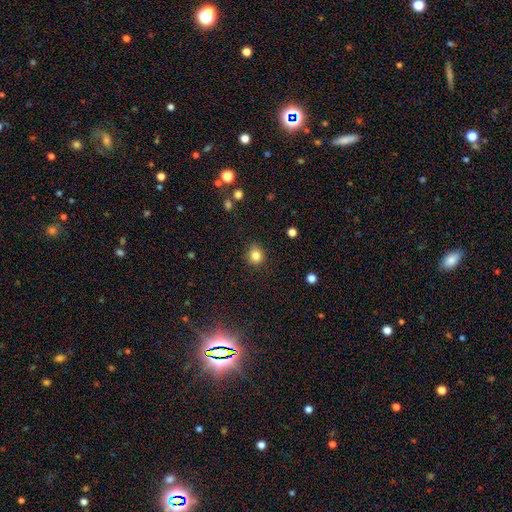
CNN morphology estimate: Smooth or featured? smooth (83%)
How rounded? round (85%)
Merging? none (85%)